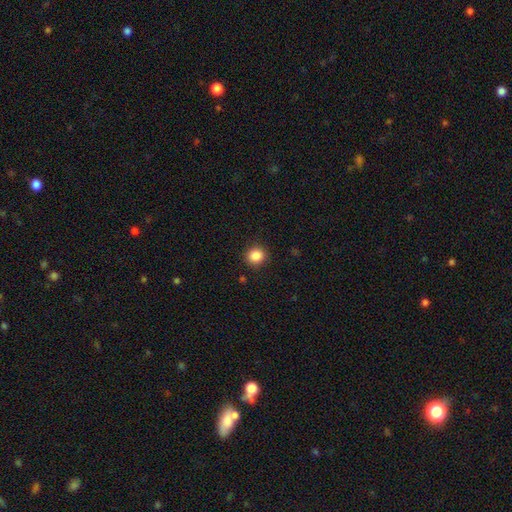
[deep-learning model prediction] Smooth or featured: smooth — 87% (star or artifact — 10%)
How rounded: round — 86% (in between — 13%)
Merging: none — 90% (minor disturbance — 7%)